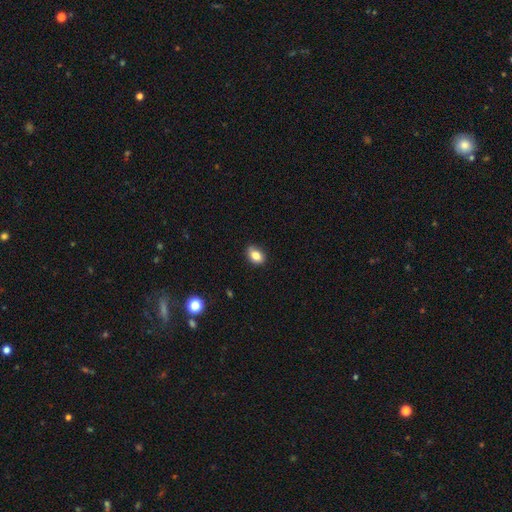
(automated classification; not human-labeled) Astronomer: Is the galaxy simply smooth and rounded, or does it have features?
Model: smooth — 84%.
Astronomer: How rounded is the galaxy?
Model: in between — 78%.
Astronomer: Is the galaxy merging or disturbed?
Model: none — 83%.